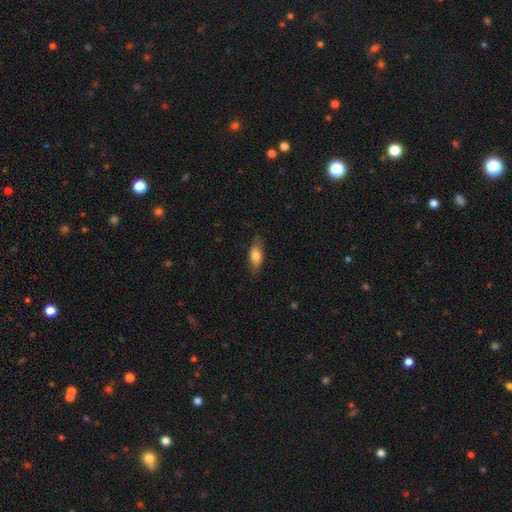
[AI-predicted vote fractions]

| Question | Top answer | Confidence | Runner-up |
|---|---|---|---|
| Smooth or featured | smooth | 78% | featured or disk (15%) |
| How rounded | in between | 78% | cigar-shaped (19%) |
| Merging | none | 78% | minor disturbance (17%) |